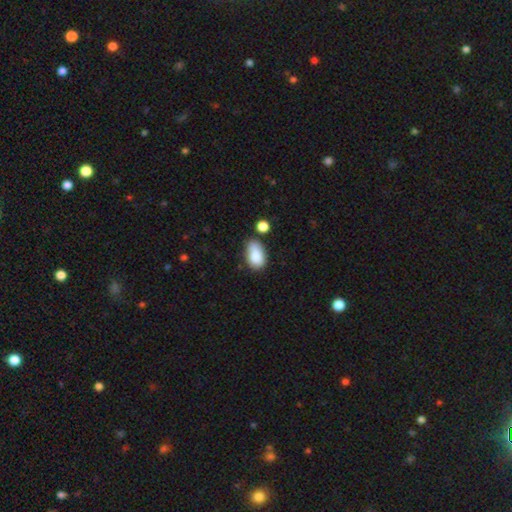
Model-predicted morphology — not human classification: A smooth galaxy with no disk features (84%) that is in between round and cigar-shaped (90%). Merging: none (49%).